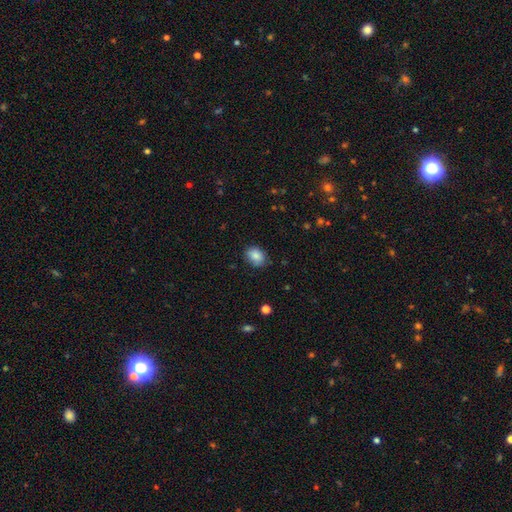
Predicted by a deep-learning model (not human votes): A smooth galaxy with no disk features (85%) that is in between round and cigar-shaped (67%). Merging: none (80%).